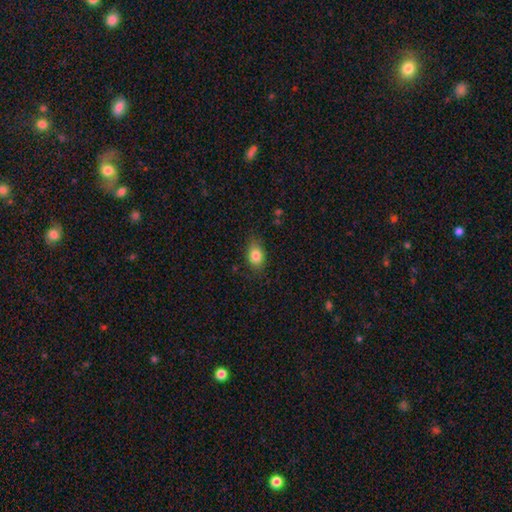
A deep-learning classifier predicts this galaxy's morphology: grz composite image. It shows a smooth galaxy with no disk features (82%) that is in between round and cigar-shaped (75%). Merging: none (77%).